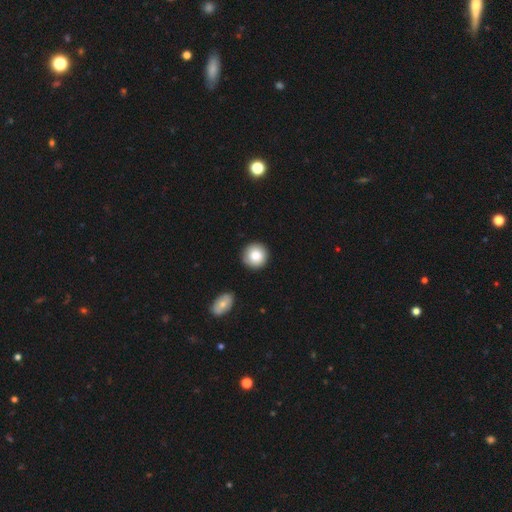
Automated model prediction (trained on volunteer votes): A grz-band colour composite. It shows a smooth galaxy with no disk features (84%) that is round (94%). Merging: none (89%).